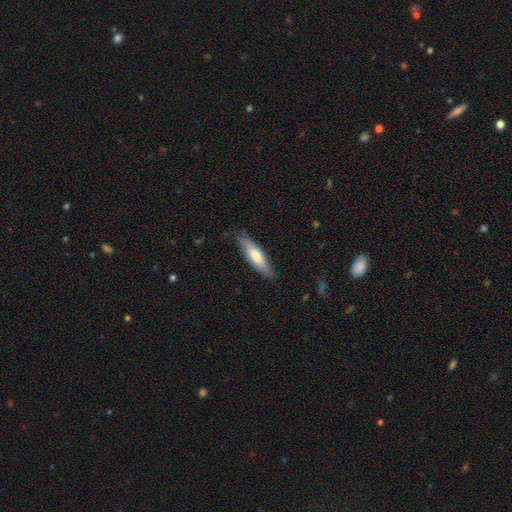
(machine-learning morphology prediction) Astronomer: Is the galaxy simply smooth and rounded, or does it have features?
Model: smooth — 67%.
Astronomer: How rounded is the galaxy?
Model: cigar-shaped — 69%.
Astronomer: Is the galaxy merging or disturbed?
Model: none — 84%.